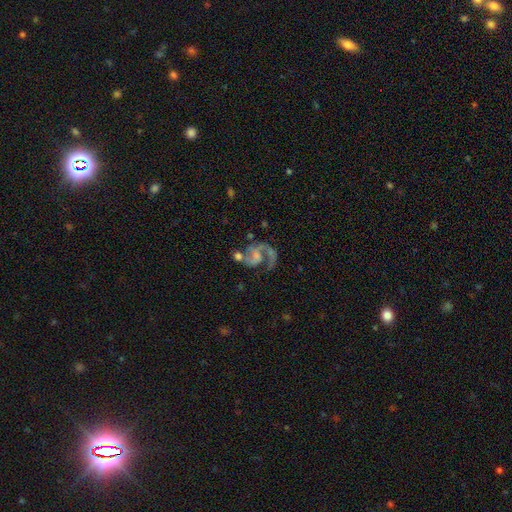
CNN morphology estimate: smooth_or_featured: featured or disk (p=0.83) [alt: smooth p=0.10]
disk_edge_on: no (p=0.98) [alt: yes p=0.02]
bar: no (p=0.50) [alt: weak p=0.39]
has_spiral_arms: yes (p=0.93) [alt: no p=0.07]
spiral_winding: medium (p=0.51) [alt: loose p=0.35]
spiral_arm_count: 2 (p=0.67) [alt: 1 p=0.25]
bulge_size: small (p=0.35) [alt: none p=0.31]
merging: none (p=0.41) [alt: major disturbance p=0.26]